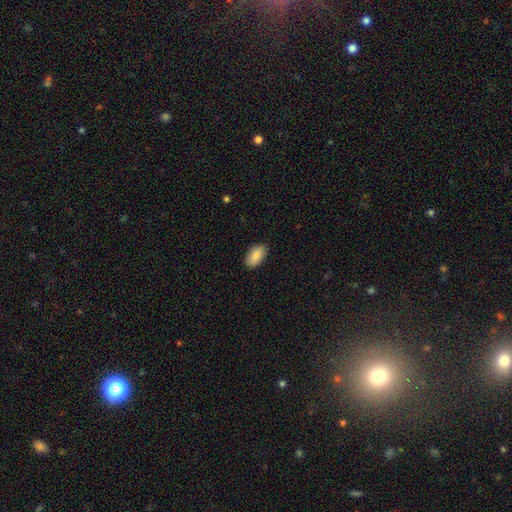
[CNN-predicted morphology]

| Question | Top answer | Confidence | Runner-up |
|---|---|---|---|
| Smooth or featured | smooth | 88% | star or artifact (6%) |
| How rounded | in between | 94% | round (3%) |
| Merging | none | 89% | minor disturbance (8%) |